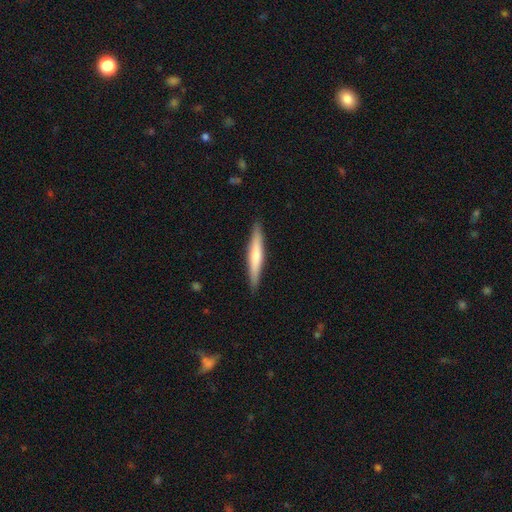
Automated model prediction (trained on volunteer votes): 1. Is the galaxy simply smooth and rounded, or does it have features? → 58% smooth, 37% featured or disk, 5% star or artifact.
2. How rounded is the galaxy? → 95% cigar-shaped, 4% in between, 1% round.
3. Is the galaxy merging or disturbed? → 91% none, 7% minor disturbance, 1% major disturbance, 1% merger.